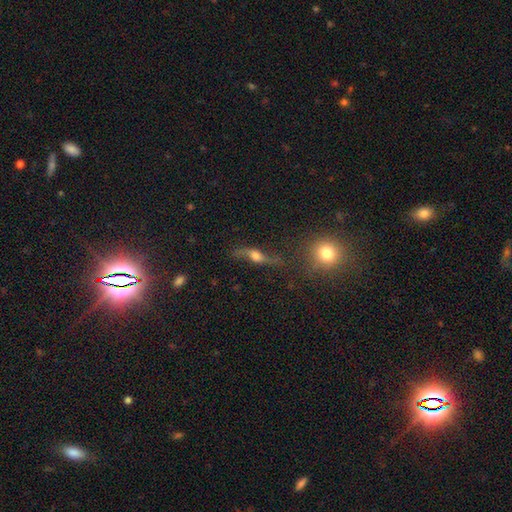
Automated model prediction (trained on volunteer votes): featured or disk 71%, smooth 19%, star or artifact 10%. Down the decision tree: edge-on disk — no (66%); merging — none (67%).